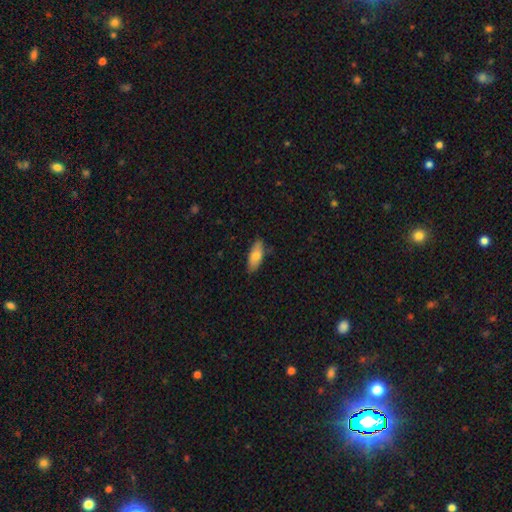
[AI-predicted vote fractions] Smooth or featured: smooth — 78% (featured or disk — 16%)
How rounded: in between — 82% (cigar-shaped — 16%)
Merging: none — 79% (minor disturbance — 17%)